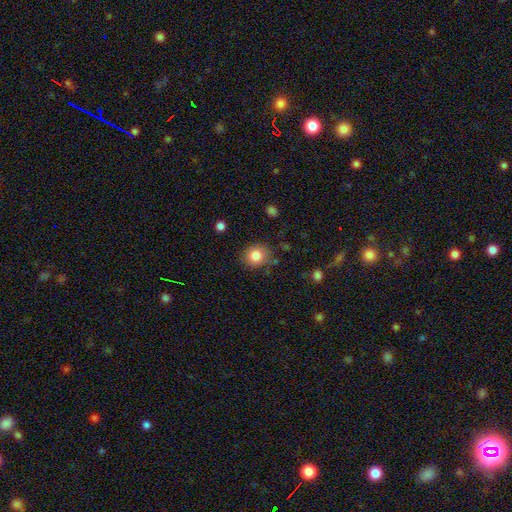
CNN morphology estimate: The model was most divided on "how rounded": round: 79%, in between: 20%, cigar-shaped: 1%. More confident: smooth or featured — smooth (83%); merging — none (81%).